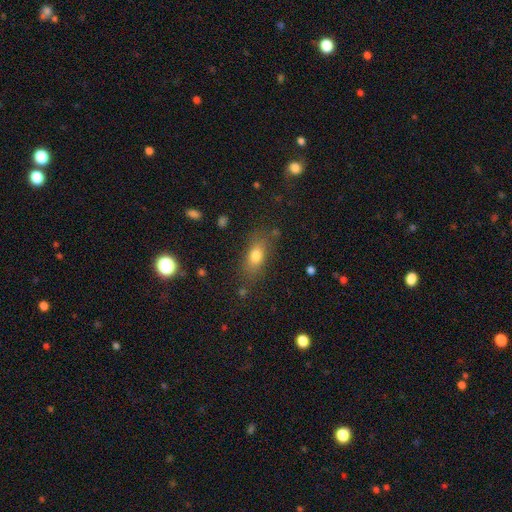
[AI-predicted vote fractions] Smooth or featured: smooth — 75% (featured or disk — 13%)
How rounded: in between — 76% (cigar-shaped — 13%)
Merging: none — 78% (minor disturbance — 14%)